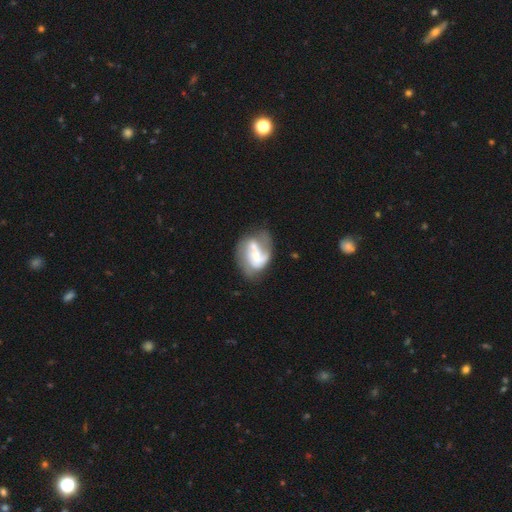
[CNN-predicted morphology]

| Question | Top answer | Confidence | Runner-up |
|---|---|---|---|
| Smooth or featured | featured or disk | 71% | smooth (23%) |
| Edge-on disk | no | 97% | yes (3%) |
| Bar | no | 53% | weak (34%) |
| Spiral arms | yes | 77% | no (23%) |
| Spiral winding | medium | 43% | loose (34%) |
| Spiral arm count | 2 | 60% | can't tell (16%) |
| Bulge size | small | 44% | moderate (39%) |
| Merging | none | 33% | merger (26%) |